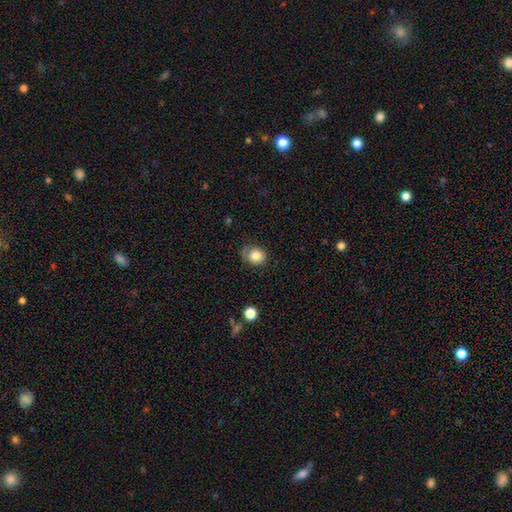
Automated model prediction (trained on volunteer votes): smooth 80%, featured or disk 11%, star or artifact 10%. Down the decision tree: how rounded — round (66%); merging — none (65%).